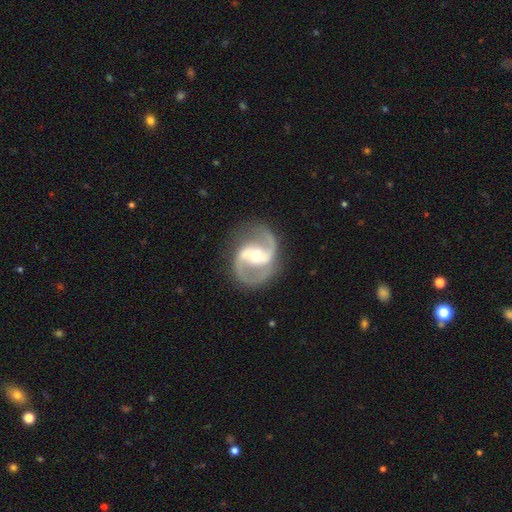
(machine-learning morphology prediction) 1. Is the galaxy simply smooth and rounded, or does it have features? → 92% featured or disk, 4% star or artifact, 4% smooth.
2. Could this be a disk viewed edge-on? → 98% no, 2% yes.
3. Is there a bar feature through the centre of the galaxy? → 39% strong (tied), 39% weak (tied), 22% no.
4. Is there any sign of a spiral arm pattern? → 97% yes, 3% no.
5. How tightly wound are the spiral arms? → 59% medium, 29% loose, 12% tight.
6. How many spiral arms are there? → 94% 2, 2% can't tell, 1% 1, 1% 3, 1% 4, 1% more than 4.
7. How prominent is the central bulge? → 65% moderate, 28% small, 5% large, 1% none, 1% dominant.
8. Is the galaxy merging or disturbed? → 83% none, 11% minor disturbance, 5% major disturbance, 1% merger.